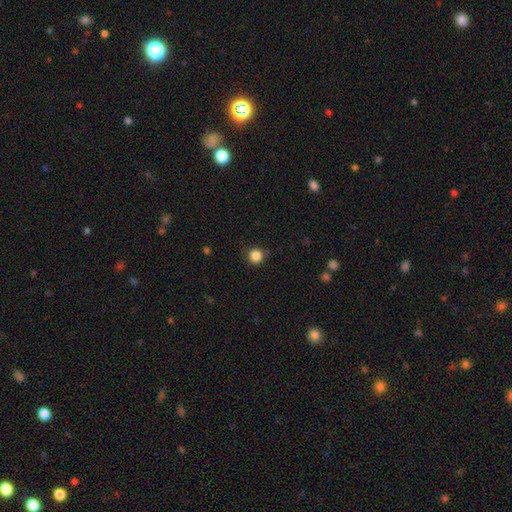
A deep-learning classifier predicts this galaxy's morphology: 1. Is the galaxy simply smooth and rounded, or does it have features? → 85% smooth, 11% star or artifact, 3% featured or disk.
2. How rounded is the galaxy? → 94% round, 5% in between, 1% cigar-shaped.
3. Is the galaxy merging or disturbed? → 85% none, 11% minor disturbance, 3% major disturbance, 1% merger.